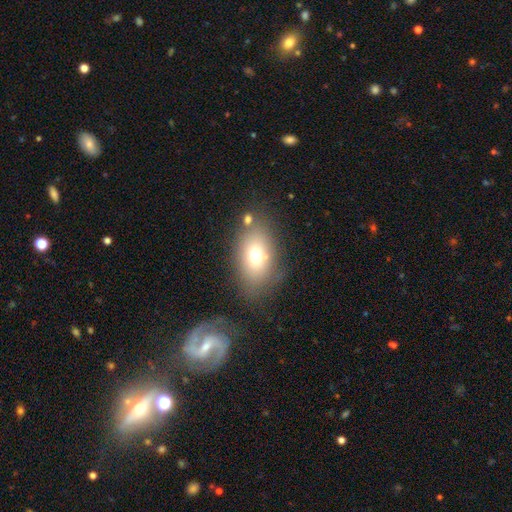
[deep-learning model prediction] Smooth or featured?
  - smooth: 70% *
  - featured or disk: 17%
  - star or artifact: 13%
How rounded?
  - in between: 80% *
  - round: 18%
  - cigar-shaped: 2%
Merging?
  - none: 71% *
  - minor disturbance: 14%
  - major disturbance: 7%
  - merger: 7%